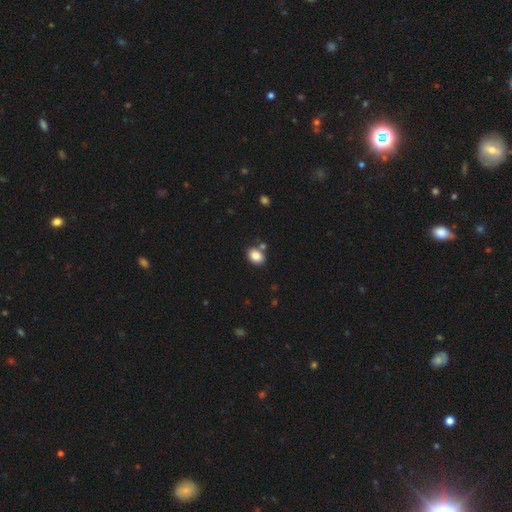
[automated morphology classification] This appears to be a smooth galaxy with no disk features (86%) that is in between round and cigar-shaped (62%). Merging: none (72%).